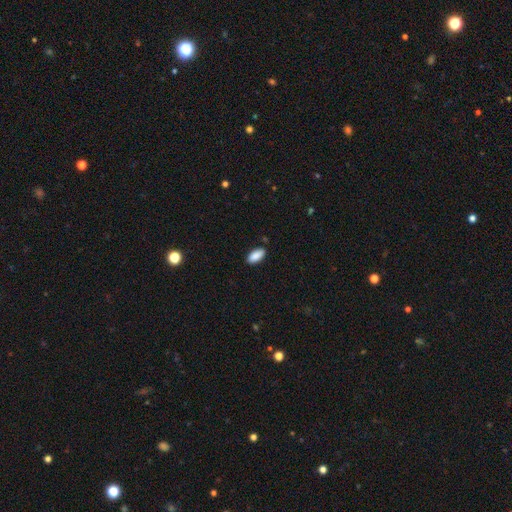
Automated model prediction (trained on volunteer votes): A smooth galaxy with no disk features (90%) that is in between round and cigar-shaped (91%). Merging: none (86%).